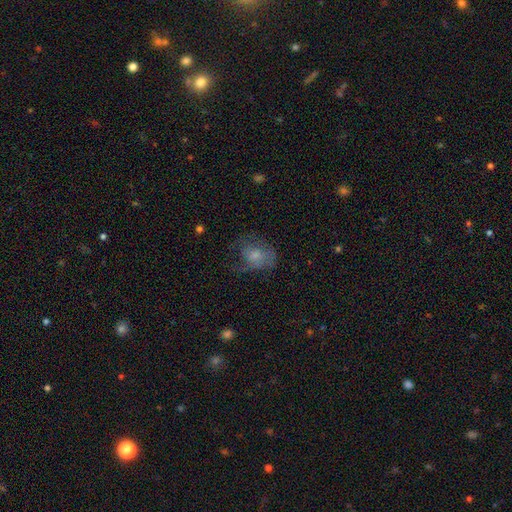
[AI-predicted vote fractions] smooth-or-featured: smooth: 51% | featured or disk: 38% | star or artifact: 10%
  how-rounded: in between: 63% | round: 36% | cigar-shaped: 1%
  merging: none: 39% | major disturbance: 33% | minor disturbance: 25% | merger: 2%